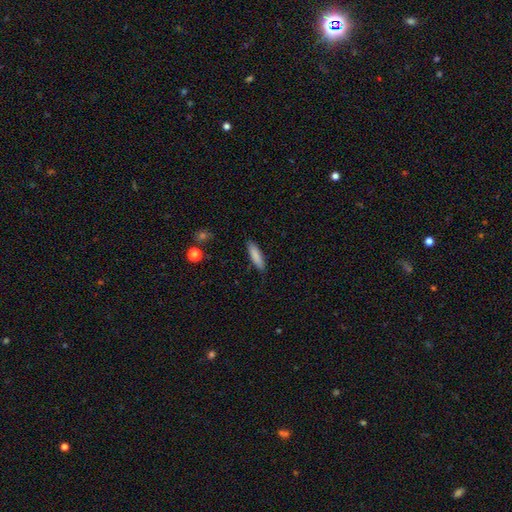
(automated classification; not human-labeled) Smooth or featured: smooth — 85% (featured or disk — 9%)
How rounded: cigar-shaped — 70% (in between — 29%)
Merging: none — 87% (minor disturbance — 10%)